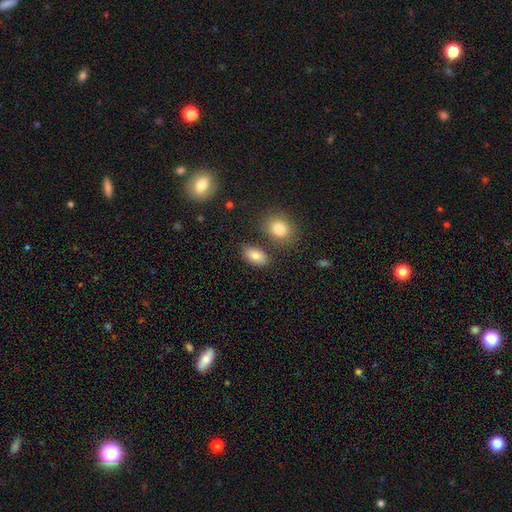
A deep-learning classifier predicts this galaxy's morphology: smooth-or-featured: smooth: 83% | star or artifact: 8% | featured or disk: 8%
  how-rounded: in between: 90% | round: 8% | cigar-shaped: 2%
  merging: none: 78% | minor disturbance: 11% | merger: 8% | major disturbance: 3%